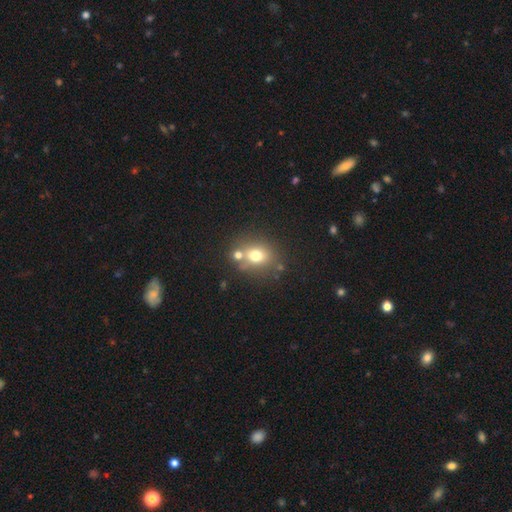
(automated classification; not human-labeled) This is likely a smooth galaxy (70%). How rounded: likely round (65%). Merging: likely none (61%).